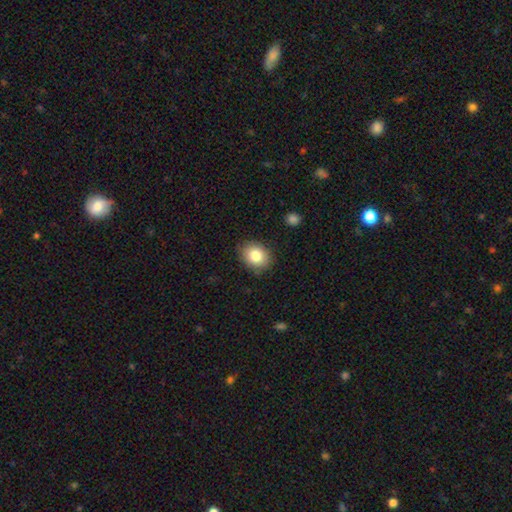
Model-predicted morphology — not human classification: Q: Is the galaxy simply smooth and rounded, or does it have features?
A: smooth — 82%.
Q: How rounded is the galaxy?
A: in between — 50%.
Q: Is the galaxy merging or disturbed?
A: none — 85%.